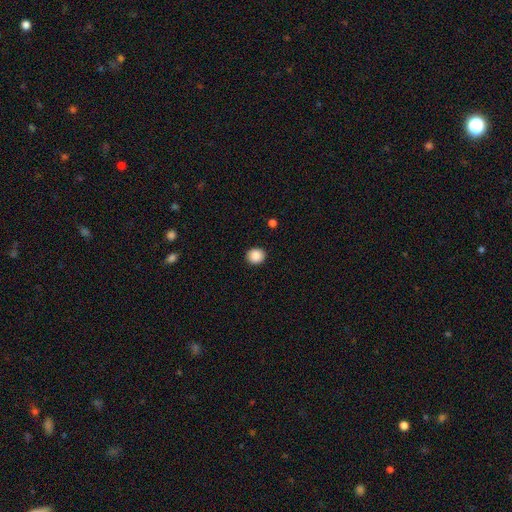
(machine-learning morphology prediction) smooth-or-featured: smooth: 89% | star or artifact: 9% | featured or disk: 3%
  how-rounded: round: 84% | in between: 15% | cigar-shaped: 1%
  merging: none: 92% | minor disturbance: 6% | major disturbance: 2% | merger: 1%